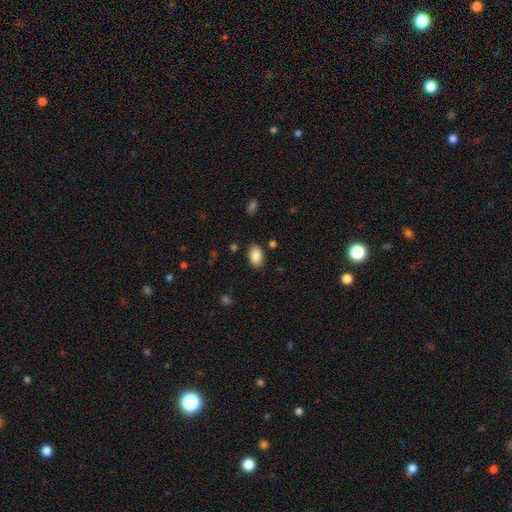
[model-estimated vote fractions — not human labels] Q: Smooth or featured?
A: smooth (87%); runner-up: star or artifact (7%)
Q: How rounded?
A: in between (90%); runner-up: round (8%)
Q: Merging?
A: none (83%); runner-up: minor disturbance (12%)